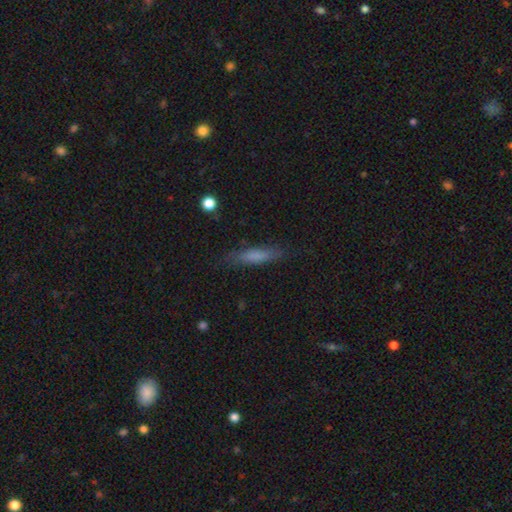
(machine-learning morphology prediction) smooth 70%, featured or disk 22%, star or artifact 8%. Down the decision tree: how rounded — cigar-shaped (82%); merging — none (81%).